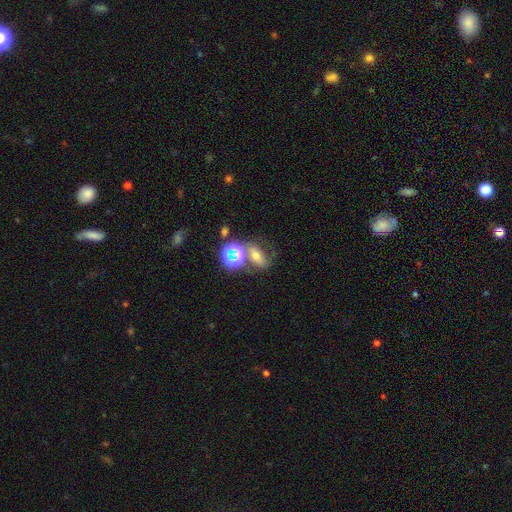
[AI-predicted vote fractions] Smooth or featured: smooth — 43% (featured or disk — 29%)
Merging: none — 47% (merger — 28%)